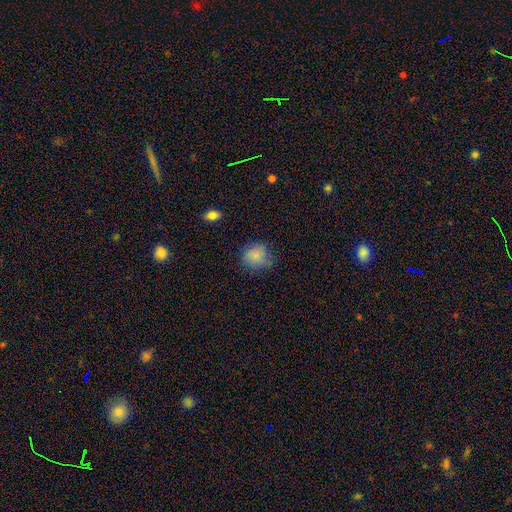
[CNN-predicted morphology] smooth_or_featured: smooth (p=0.82) [alt: star or artifact p=0.11]
how_rounded: round (p=0.84) [alt: in between p=0.15]
merging: none (p=0.72) [alt: minor disturbance p=0.21]